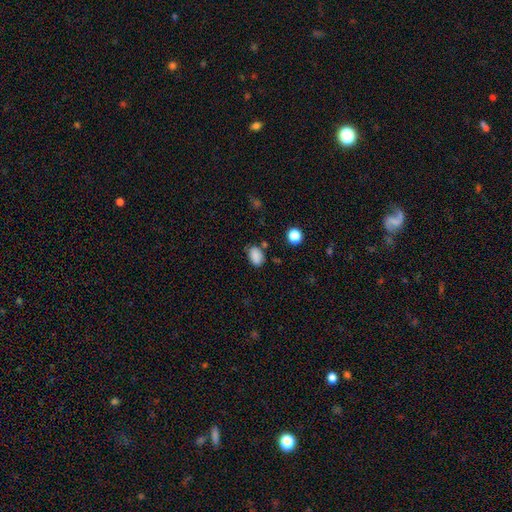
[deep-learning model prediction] smooth-or-featured: smooth: 85% | star or artifact: 10% | featured or disk: 5%
  how-rounded: in between: 82% | round: 17% | cigar-shaped: 1%
  merging: none: 72% | minor disturbance: 19% | merger: 5% | major disturbance: 4%